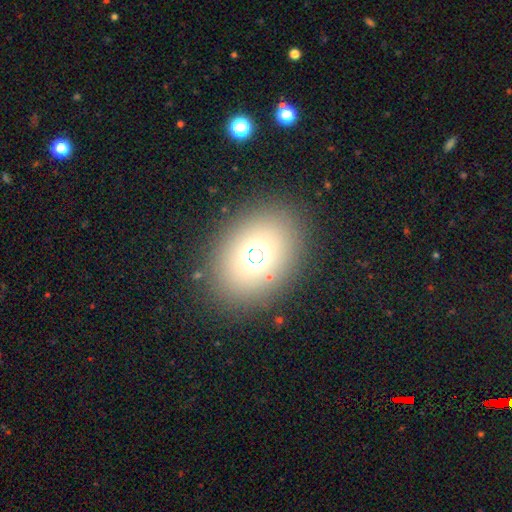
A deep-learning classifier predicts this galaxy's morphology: Q: Smooth or featured?
A: smooth (64%); runner-up: star or artifact (21%)
Q: How rounded?
A: in between (56%); runner-up: round (43%)
Q: Merging?
A: none (85%); runner-up: minor disturbance (8%)